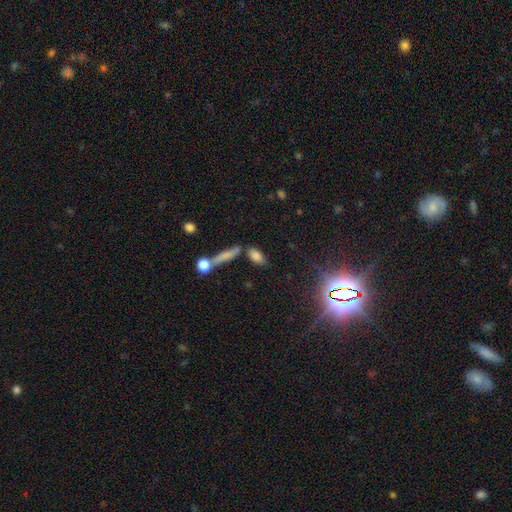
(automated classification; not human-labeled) Smooth or featured? Predicted: smooth (p=0.79). How rounded? Predicted: in between (p=0.76). Merging? Predicted: none (p=0.62).